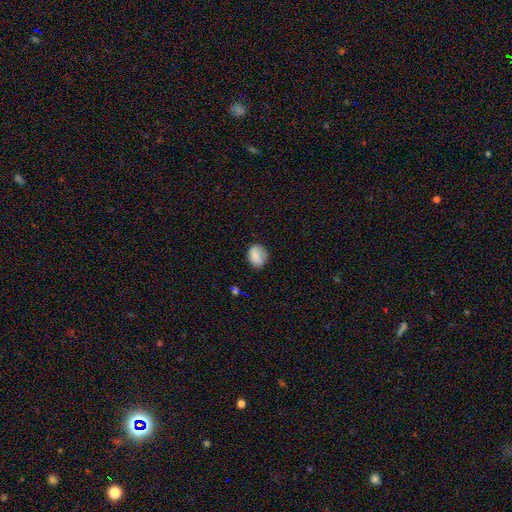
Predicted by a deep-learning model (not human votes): smooth 82%, featured or disk 9%, star or artifact 9%. Down the decision tree: how rounded — in between (50%); merging — none (75%).